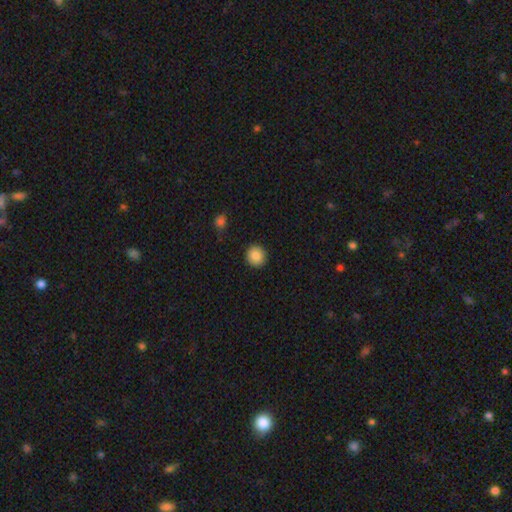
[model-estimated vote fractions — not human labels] Smooth or featured? Predicted: smooth (p=0.86). How rounded? Predicted: round (p=0.91). Merging? Predicted: none (p=0.92).